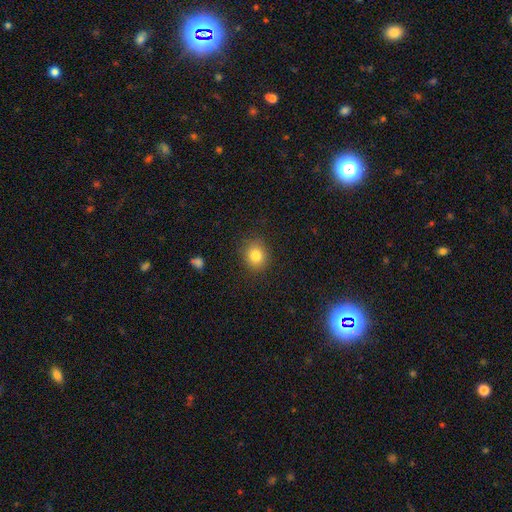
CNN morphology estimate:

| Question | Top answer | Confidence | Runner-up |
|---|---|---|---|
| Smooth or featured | smooth | 82% | star or artifact (11%) |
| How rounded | round | 75% | in between (24%) |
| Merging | none | 86% | minor disturbance (9%) |